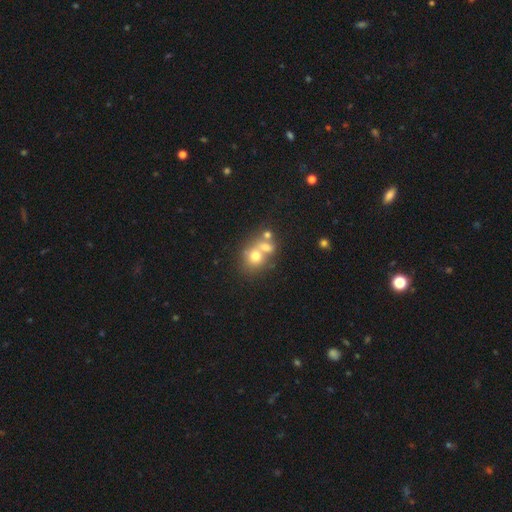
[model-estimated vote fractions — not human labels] Morphology: type=smooth (65%); roundness=round (66%); merging=merger (56%).